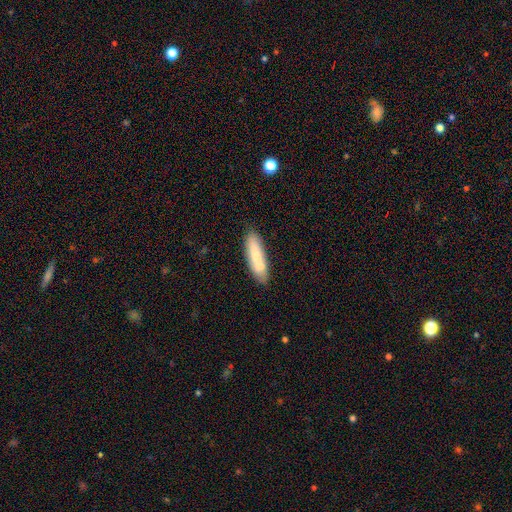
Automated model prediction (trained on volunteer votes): The model was most divided on "how rounded": cigar-shaped: 64%, in between: 35%, round: 2%. More confident: merging — none (73%); smooth or featured — smooth (72%).